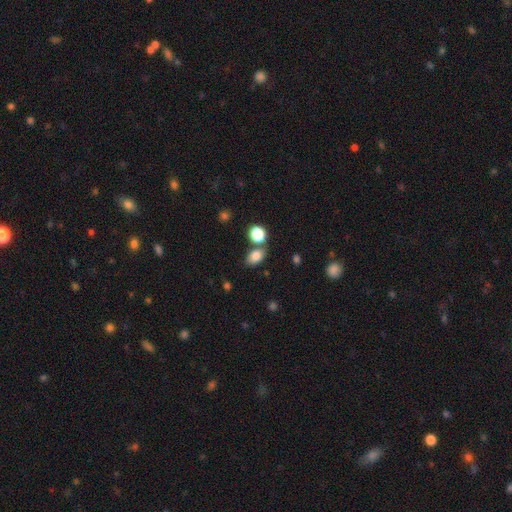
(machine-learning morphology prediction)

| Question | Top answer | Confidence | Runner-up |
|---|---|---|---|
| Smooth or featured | smooth | 82% | star or artifact (11%) |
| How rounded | in between | 78% | round (20%) |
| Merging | none | 66% | merger (18%) |